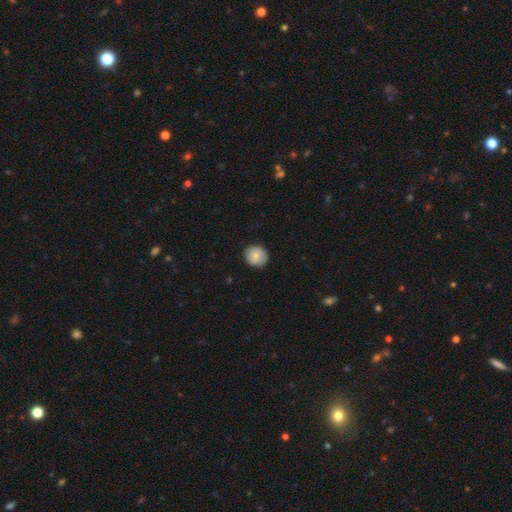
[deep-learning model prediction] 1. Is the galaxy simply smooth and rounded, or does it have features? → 80% smooth, 13% featured or disk, 7% star or artifact.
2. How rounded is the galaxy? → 85% round, 14% in between, 1% cigar-shaped.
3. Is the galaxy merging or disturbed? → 87% none, 10% minor disturbance, 2% major disturbance, 1% merger.